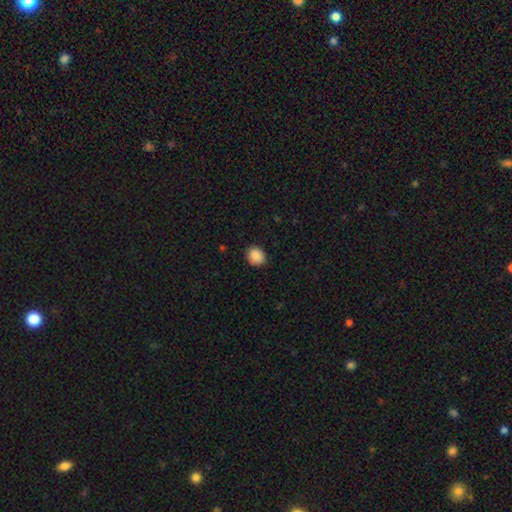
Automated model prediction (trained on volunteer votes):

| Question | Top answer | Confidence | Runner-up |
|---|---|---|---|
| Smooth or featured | smooth | 89% | star or artifact (9%) |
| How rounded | round | 74% | in between (26%) |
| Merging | none | 88% | minor disturbance (9%) |